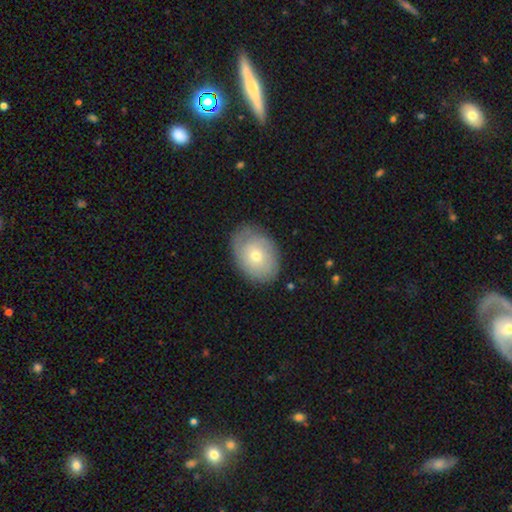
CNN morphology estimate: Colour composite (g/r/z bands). It shows a smooth galaxy with no disk features (59%) that is in between round and cigar-shaped (72%). Merging: none (75%).